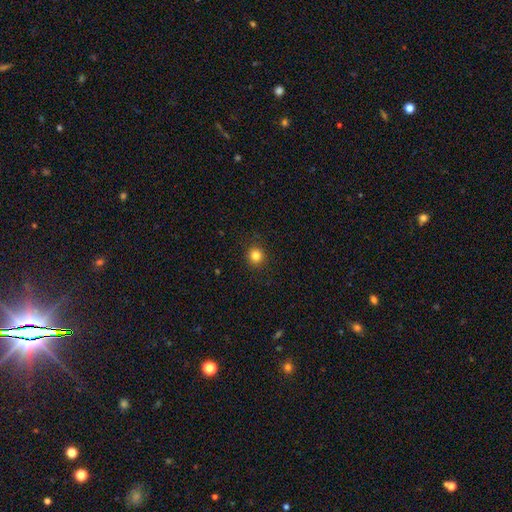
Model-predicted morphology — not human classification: Q: Smooth or featured?
A: smooth (83%); runner-up: star or artifact (13%)
Q: How rounded?
A: round (93%); runner-up: in between (6%)
Q: Merging?
A: none (92%); runner-up: minor disturbance (5%)